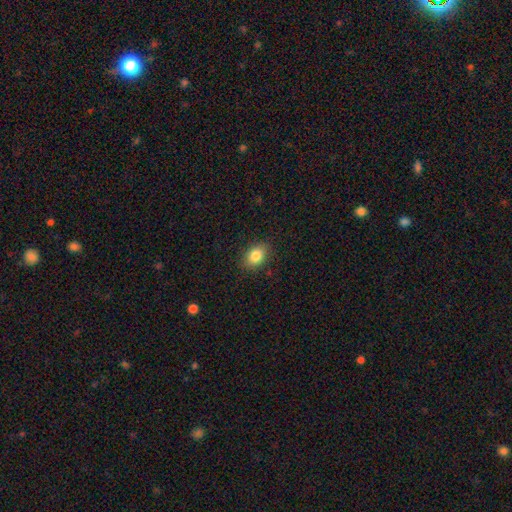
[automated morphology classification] This appears to be a smooth galaxy with no disk features (84%) that is in between round and cigar-shaped (77%). Merging: none (87%).